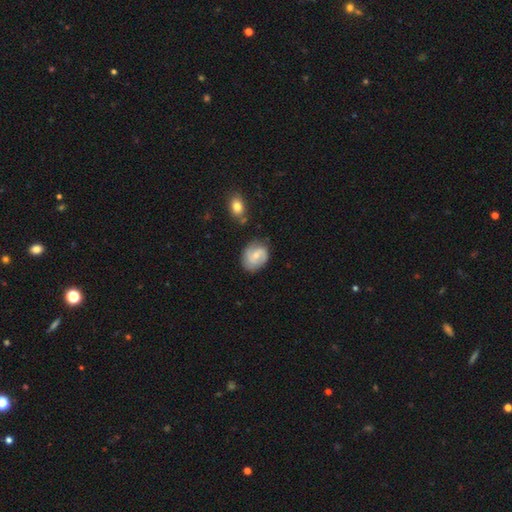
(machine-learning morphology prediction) Smooth or featured: featured or disk — 64% (smooth — 30%)
Edge-on disk: no — 97% (yes — 3%)
Bar: no — 46% (weak — 45%)
Spiral arms: yes — 88% (no — 12%)
Spiral winding: medium — 45% (tight — 30%)
Spiral arm count: 2 — 78% (can't tell — 12%)
Bulge size: small — 53% (moderate — 42%)
Merging: none — 74% (minor disturbance — 18%)